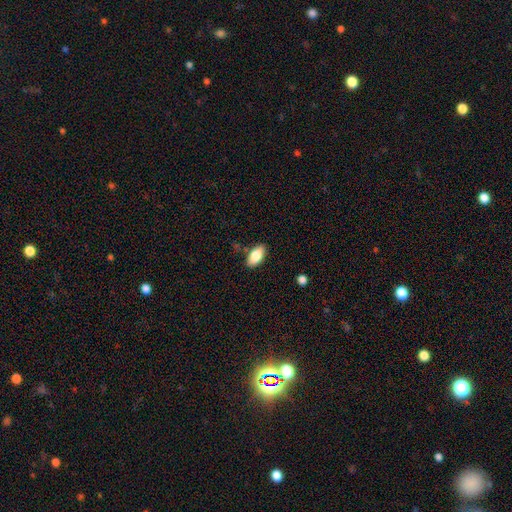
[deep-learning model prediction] A smooth galaxy with no disk features (81%) that is in between round and cigar-shaped (91%). Merging: none (82%).